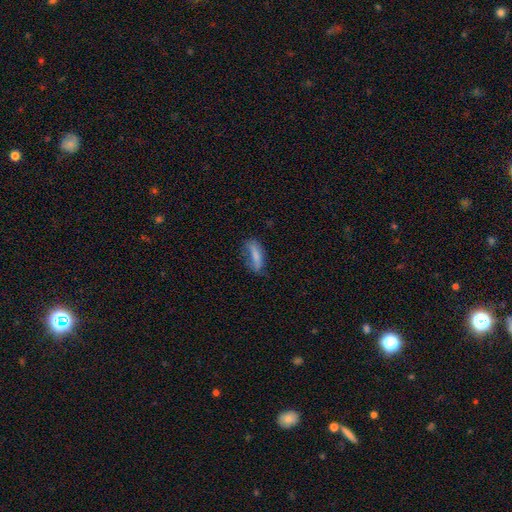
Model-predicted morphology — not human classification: Smooth or featured?
  - smooth: 71% *
  - featured or disk: 20%
  - star or artifact: 8%
How rounded?
  - cigar-shaped: 50% *
  - in between: 48%
  - round: 3%
Merging?
  - none: 51% *
  - minor disturbance: 30%
  - major disturbance: 16%
  - merger: 3%